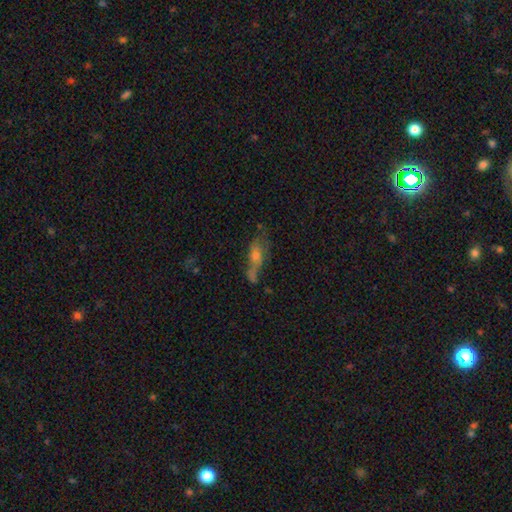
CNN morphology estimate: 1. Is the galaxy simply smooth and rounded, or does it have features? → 48% smooth, 38% featured or disk, 14% star or artifact.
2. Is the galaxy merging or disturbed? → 38% none, 22% minor disturbance, 20% major disturbance, 20% merger.